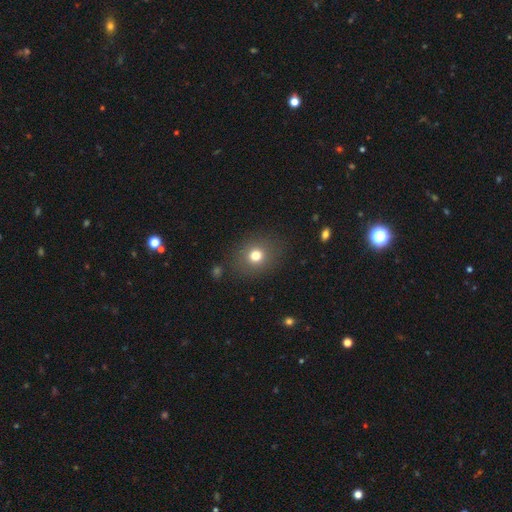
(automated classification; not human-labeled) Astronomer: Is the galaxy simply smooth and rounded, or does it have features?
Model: smooth — 76%.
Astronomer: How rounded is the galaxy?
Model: round — 70%.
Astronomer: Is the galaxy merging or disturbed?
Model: none — 85%.